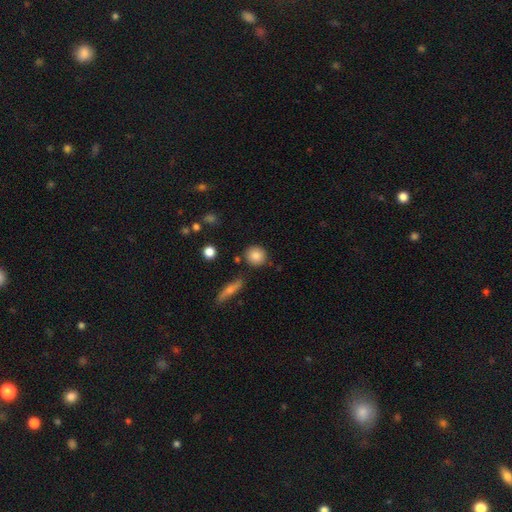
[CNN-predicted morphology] Overall: smooth (85%). How rounded: round (86%). Merging: none (84%).